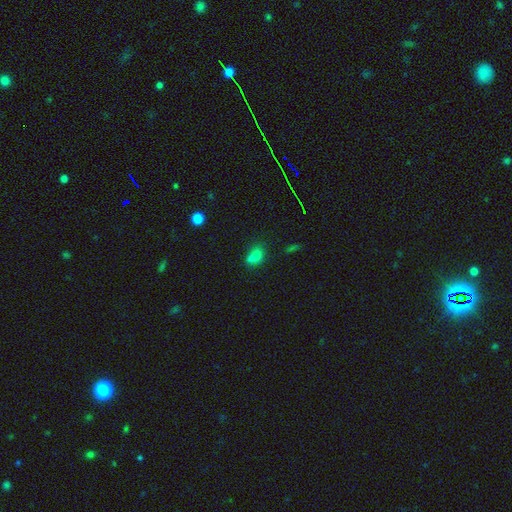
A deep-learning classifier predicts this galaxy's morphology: type=smooth (69%); roundness=round (49%, tied with in between); merging=merger (48%).